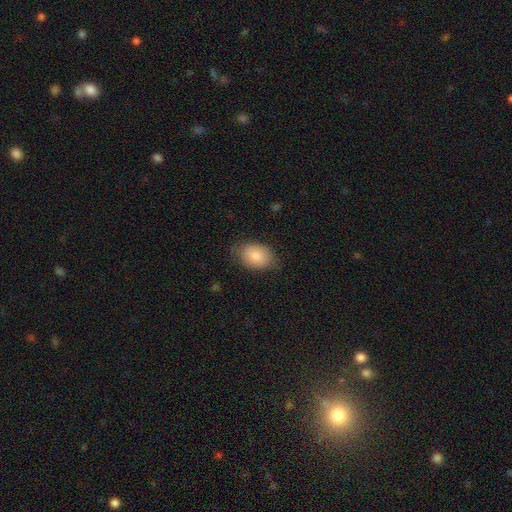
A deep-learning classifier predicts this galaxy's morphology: This is clearly a smooth galaxy (85%). How rounded: likely in between (79%). Merging: likely none (75%).